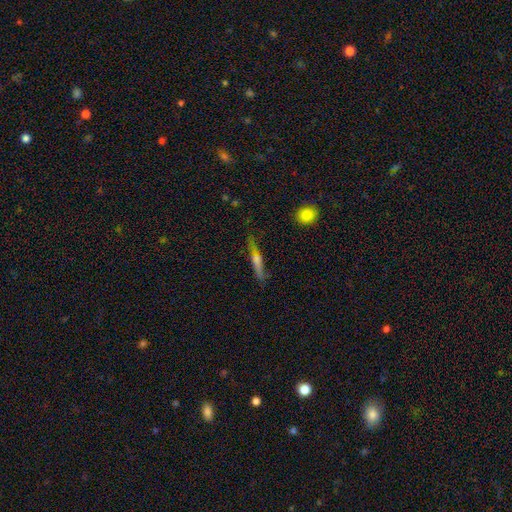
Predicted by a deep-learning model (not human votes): smooth_or_featured: featured or disk (p=0.66) [alt: smooth p=0.26]
disk_edge_on: yes (p=0.96) [alt: no p=0.04]
edge_on_bulge: rounded (p=0.84) [alt: none p=0.10]
merging: none (p=0.85) [alt: minor disturbance p=0.11]